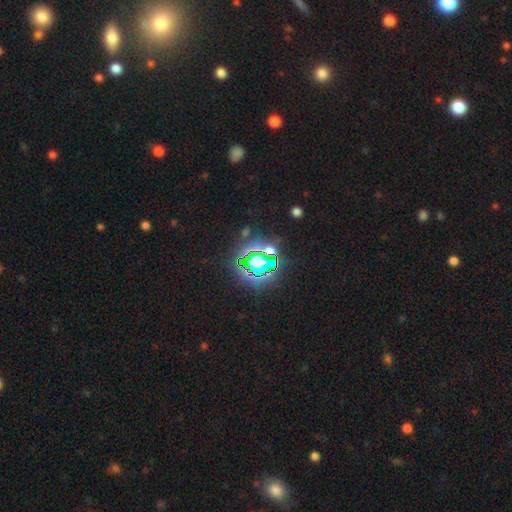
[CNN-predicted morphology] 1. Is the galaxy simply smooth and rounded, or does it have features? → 81% star or artifact, 12% smooth, 7% featured or disk.